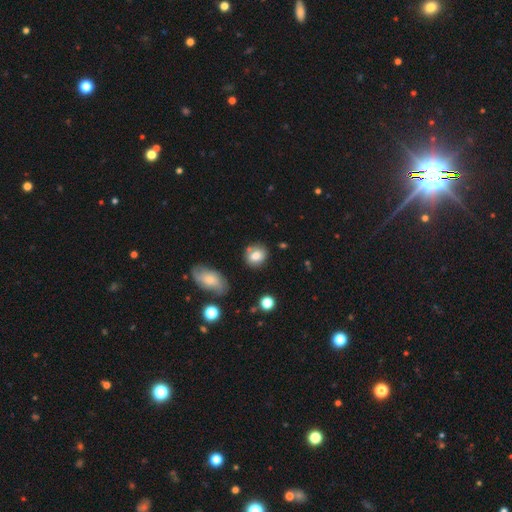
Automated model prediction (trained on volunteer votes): smooth-or-featured: smooth: 78% | featured or disk: 13% | star or artifact: 10%
  how-rounded: round: 68% | in between: 31% | cigar-shaped: 1%
  merging: none: 72% | minor disturbance: 15% | merger: 8% | major disturbance: 4%